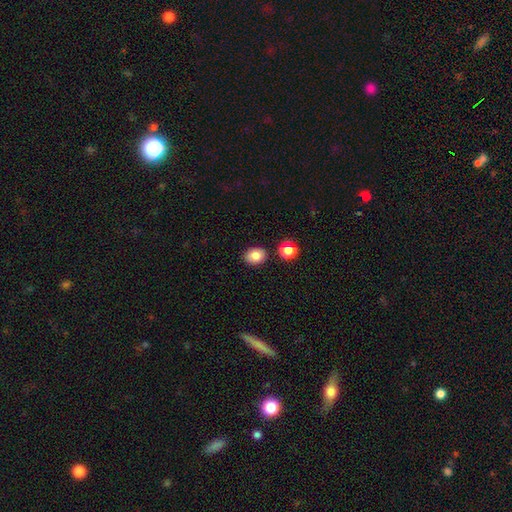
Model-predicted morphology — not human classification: The model was most divided on "how rounded": in between: 60%, round: 39%, cigar-shaped: 1%. More confident: merging — none (84%); smooth or featured — smooth (83%).